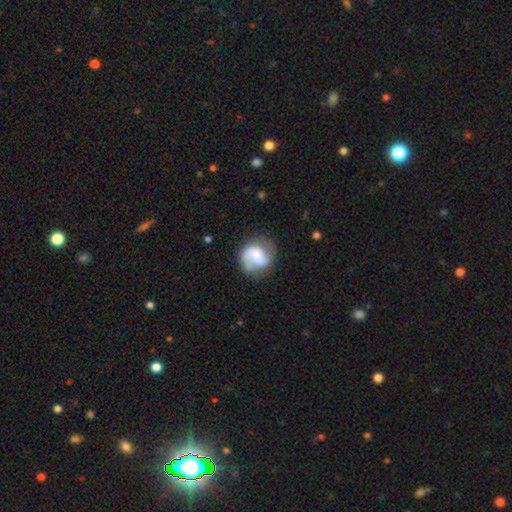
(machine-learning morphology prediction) type=featured or disk (58%); edge-on=no (98%); bar=no (46%); spiral arms=yes (85%); bulge=small (40%); merging=none (63%).